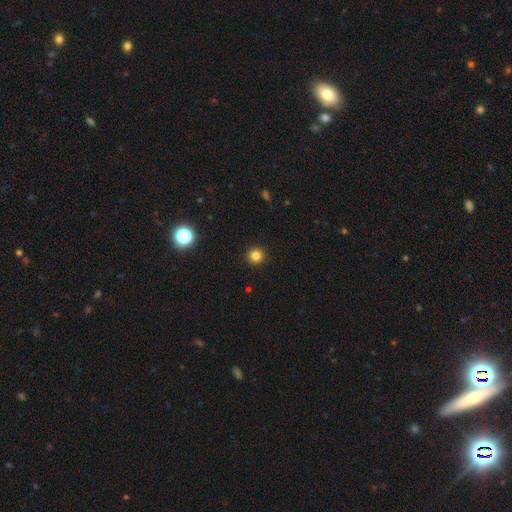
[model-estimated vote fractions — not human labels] smooth 82%, star or artifact 14%, featured or disk 4%. Down the decision tree: how rounded — round (95%); merging — none (93%).